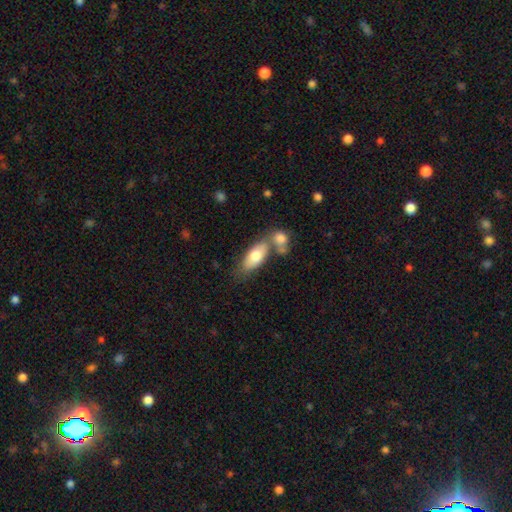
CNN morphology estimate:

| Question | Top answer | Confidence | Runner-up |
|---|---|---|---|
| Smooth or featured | smooth | 72% | featured or disk (22%) |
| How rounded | in between | 85% | cigar-shaped (12%) |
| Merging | none | 42% | merger (39%) |